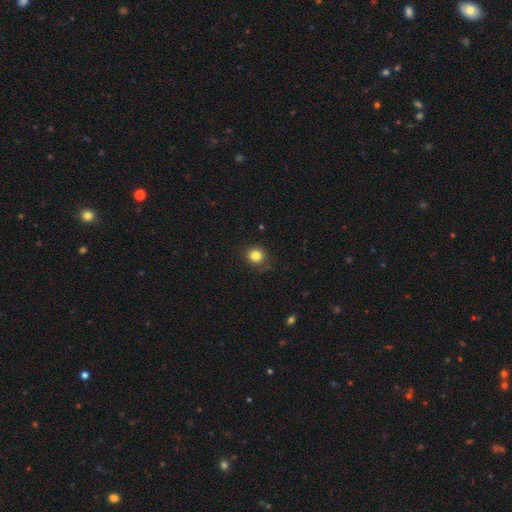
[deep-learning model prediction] smooth-or-featured: smooth: 83% | star or artifact: 12% | featured or disk: 6%
  how-rounded: round: 84% | in between: 16% | cigar-shaped: 1%
  merging: none: 82% | minor disturbance: 14% | major disturbance: 3% | merger: 1%